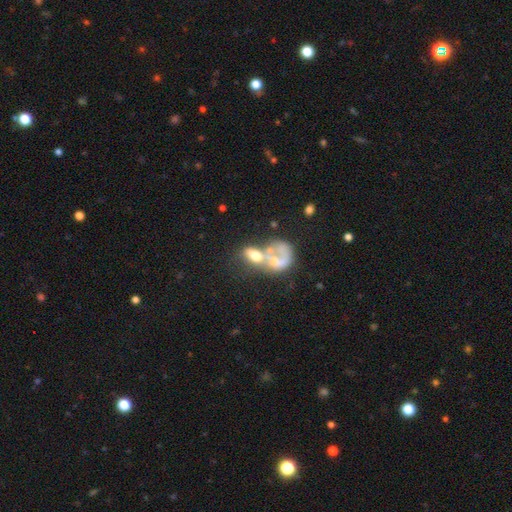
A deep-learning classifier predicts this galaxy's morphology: Overall: smooth (46%; featured or disk 44%). Merging: merger (68%).